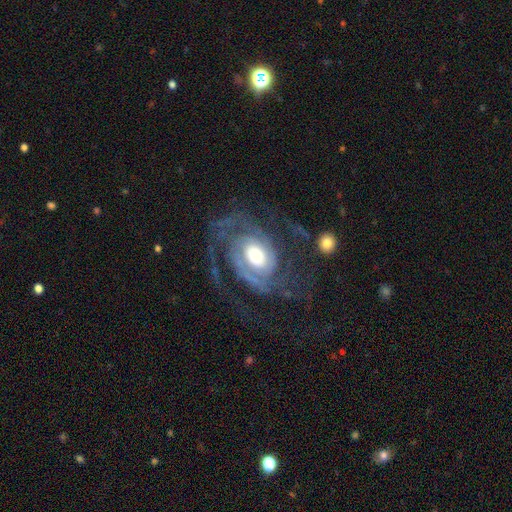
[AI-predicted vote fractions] Smooth or featured? Predicted: featured or disk (p=0.90). Edge-on disk? Predicted: no (p=0.97). Bar? Predicted: no (p=0.65). Spiral arms? Predicted: yes (p=0.96). Spiral winding? Predicted: tight (p=0.53). Spiral arm count? Predicted: 2 (p=0.34). Bulge size? Predicted: moderate (p=0.55). Merging? Predicted: none (p=0.59).